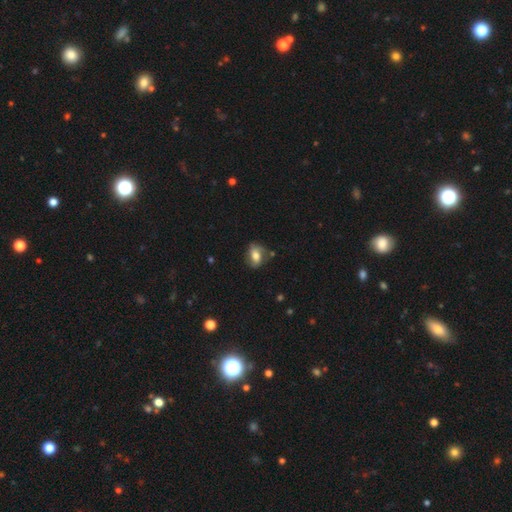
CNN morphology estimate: This appears to be a smooth galaxy with no disk features (61%) that is in between round and cigar-shaped (75%). Merging: none (55%).